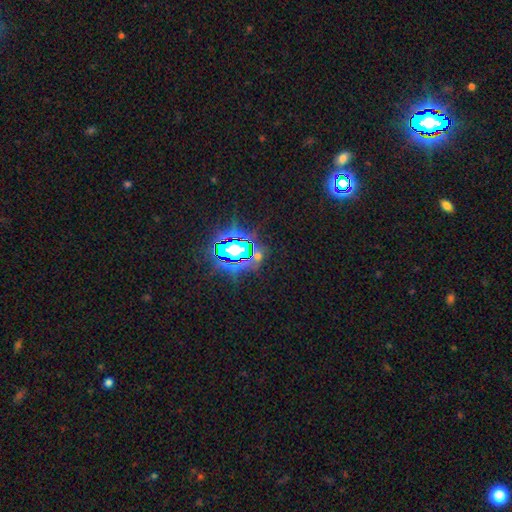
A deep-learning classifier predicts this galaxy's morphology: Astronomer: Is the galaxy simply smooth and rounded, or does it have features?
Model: star or artifact — 74%.